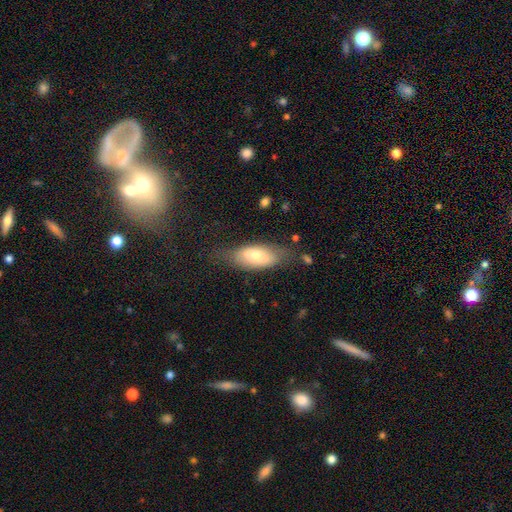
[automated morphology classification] smooth-or-featured: smooth: 67% | featured or disk: 26% | star or artifact: 7%
  how-rounded: in between: 83% | cigar-shaped: 14% | round: 3%
  merging: none: 63% | minor disturbance: 25% | major disturbance: 10% | merger: 2%